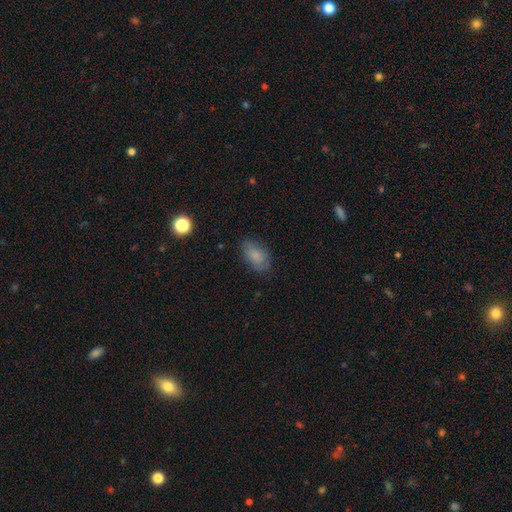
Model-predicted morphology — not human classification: Overall: smooth (80%). How rounded: in between (91%). Merging: none (75%).